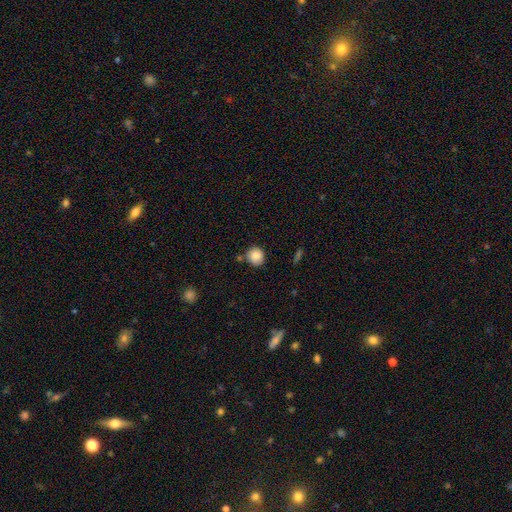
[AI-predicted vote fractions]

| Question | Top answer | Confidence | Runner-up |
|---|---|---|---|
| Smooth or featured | smooth | 85% | star or artifact (9%) |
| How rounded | round | 85% | in between (14%) |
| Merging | none | 75% | minor disturbance (14%) |